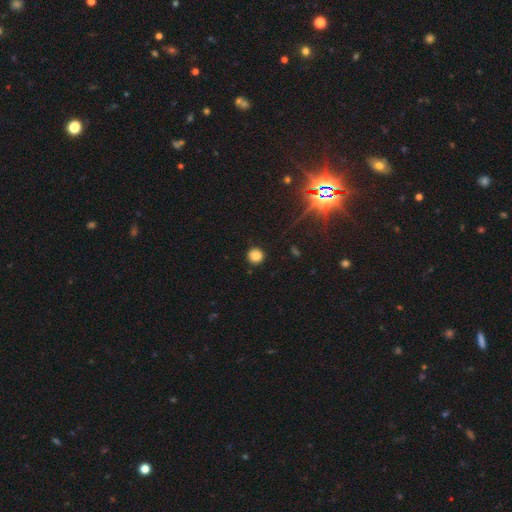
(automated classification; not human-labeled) Smooth or featured?
  - smooth: 82% *
  - star or artifact: 13%
  - featured or disk: 6%
How rounded?
  - round: 94% *
  - in between: 5%
  - cigar-shaped: 1%
Merging?
  - none: 91% *
  - minor disturbance: 5%
  - major disturbance: 2%
  - merger: 1%